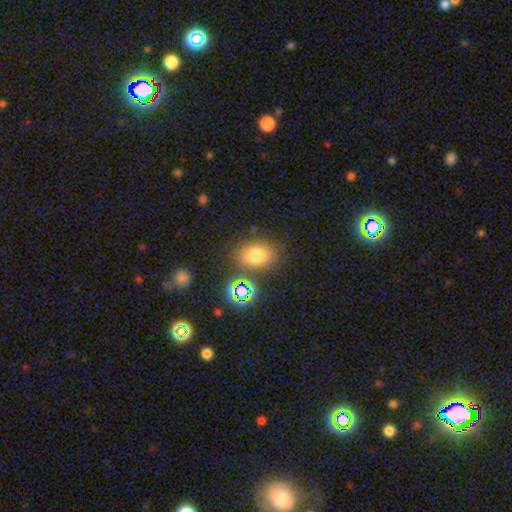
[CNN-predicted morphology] Smooth or featured? smooth (67%)
How rounded? in between (67%)
Merging? none (77%)